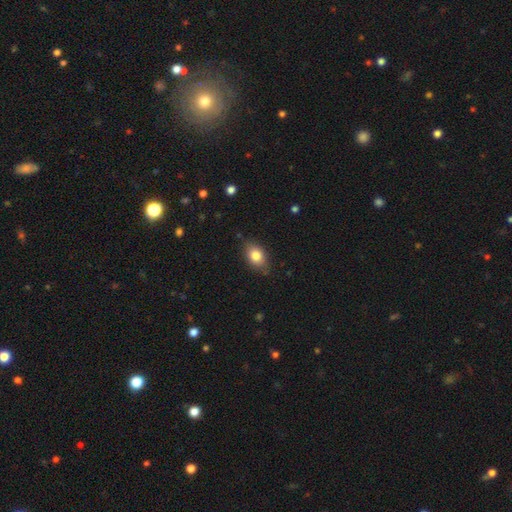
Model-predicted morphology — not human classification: Smooth or featured? Predicted: smooth (p=0.82). How rounded? Predicted: in between (p=0.81). Merging? Predicted: none (p=0.79).